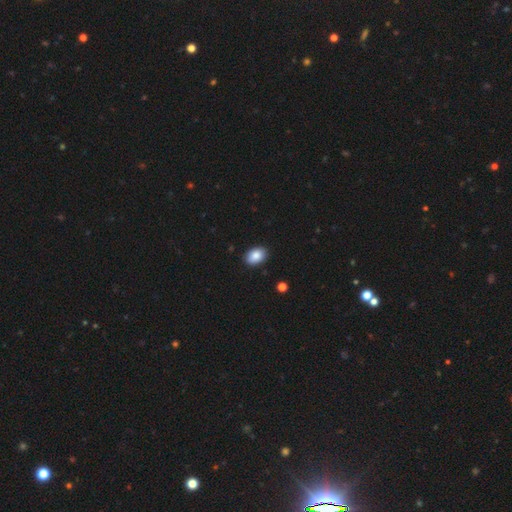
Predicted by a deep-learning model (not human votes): Smooth or featured: smooth — 88% (star or artifact — 7%)
How rounded: in between — 86% (round — 13%)
Merging: none — 89% (minor disturbance — 8%)